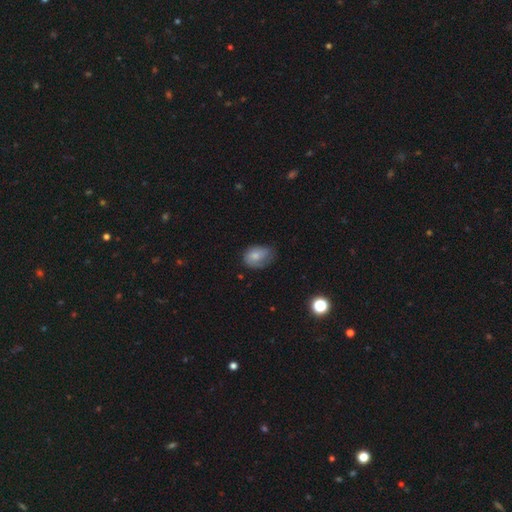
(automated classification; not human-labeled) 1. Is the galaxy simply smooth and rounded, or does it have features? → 68% smooth, 23% featured or disk, 8% star or artifact.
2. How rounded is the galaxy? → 73% in between, 25% round, 1% cigar-shaped.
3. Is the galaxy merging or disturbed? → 47% none, 36% minor disturbance, 16% major disturbance, 2% merger.